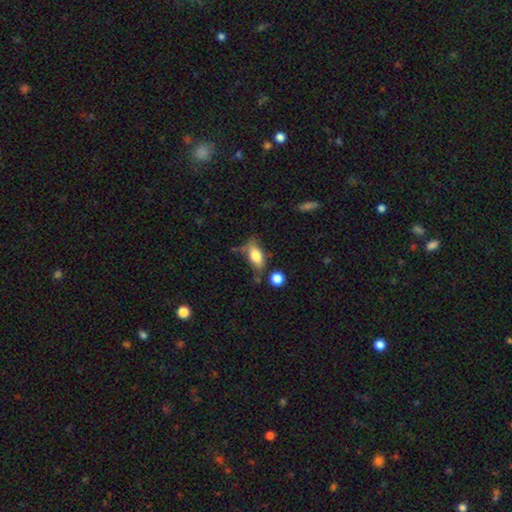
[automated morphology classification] smooth-or-featured: smooth: 74% | featured or disk: 18% | star or artifact: 8%
  how-rounded: in between: 81% | cigar-shaped: 14% | round: 4%
  merging: none: 56% | minor disturbance: 24% | merger: 10% | major disturbance: 10%